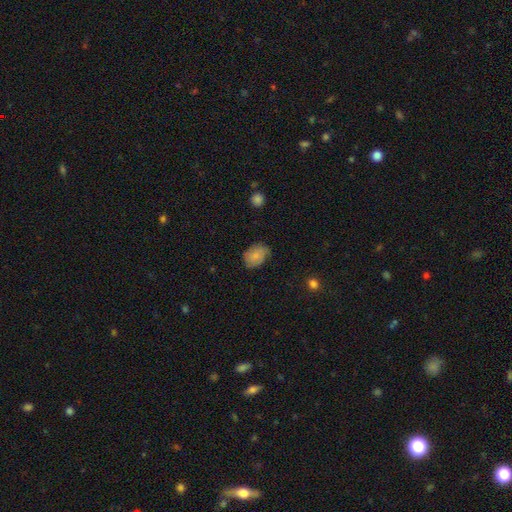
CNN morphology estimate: The model was most divided on "merging": none: 68%, minor disturbance: 25%, major disturbance: 5%, merger: 1%. More confident: smooth or featured — smooth (80%); how rounded — in between (74%).